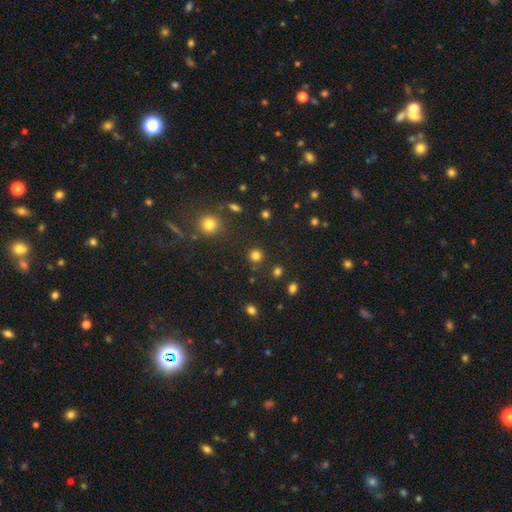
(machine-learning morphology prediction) Smooth or featured? Predicted: smooth (p=0.79). How rounded? Predicted: round (p=0.93). Merging? Predicted: none (p=0.88).